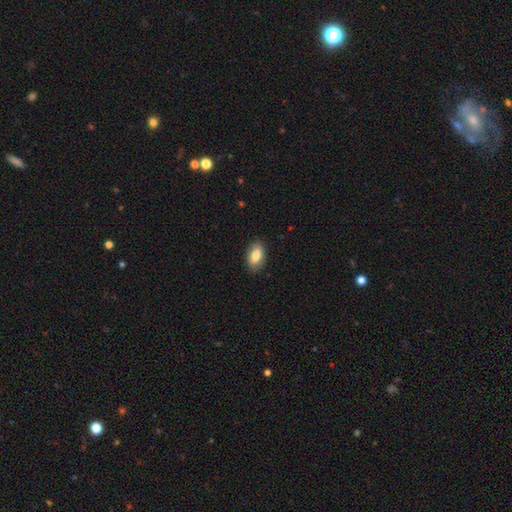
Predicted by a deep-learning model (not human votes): smooth_or_featured: smooth (p=0.79) [alt: featured or disk p=0.15]
how_rounded: in between (p=0.91) [alt: round p=0.05]
merging: none (p=0.87) [alt: minor disturbance p=0.10]